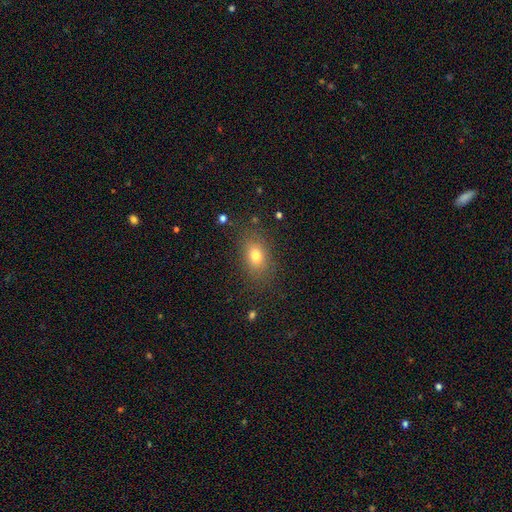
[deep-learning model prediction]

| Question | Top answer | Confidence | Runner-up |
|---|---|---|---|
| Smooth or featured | smooth | 76% | star or artifact (13%) |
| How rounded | in between | 76% | round (21%) |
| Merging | none | 81% | minor disturbance (13%) |